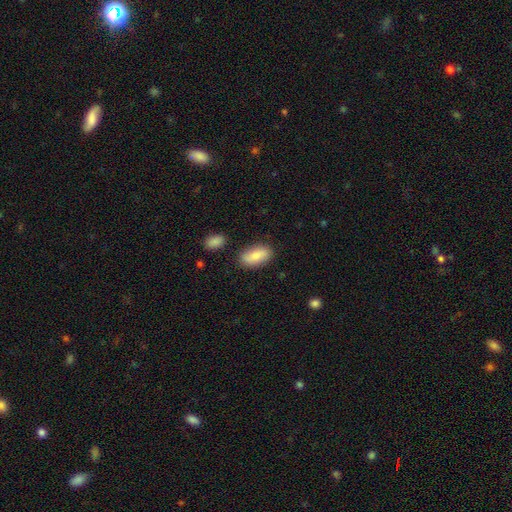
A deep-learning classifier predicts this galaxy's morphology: Smooth or featured: smooth — 78% (featured or disk — 16%)
How rounded: in between — 89% (cigar-shaped — 7%)
Merging: none — 82% (minor disturbance — 12%)